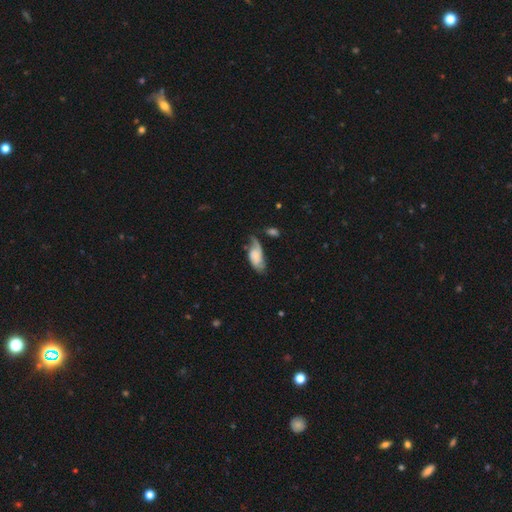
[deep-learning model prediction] This appears to be a featured or disk galaxy (47%). Merging: none (43%).